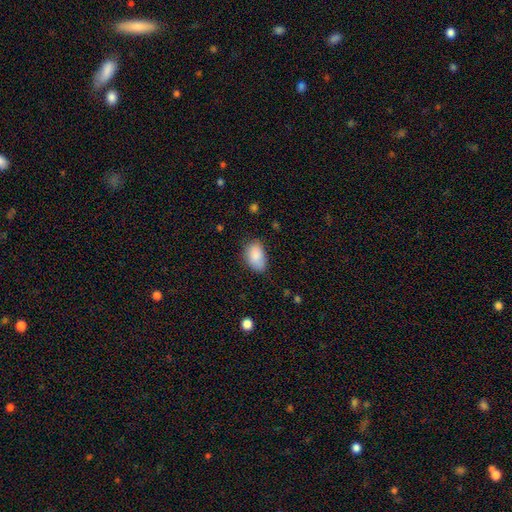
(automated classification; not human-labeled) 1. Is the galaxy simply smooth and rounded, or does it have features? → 87% smooth, 7% star or artifact, 6% featured or disk.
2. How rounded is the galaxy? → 90% in between, 9% round, 1% cigar-shaped.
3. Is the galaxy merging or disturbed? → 68% none, 25% minor disturbance, 5% major disturbance, 2% merger.